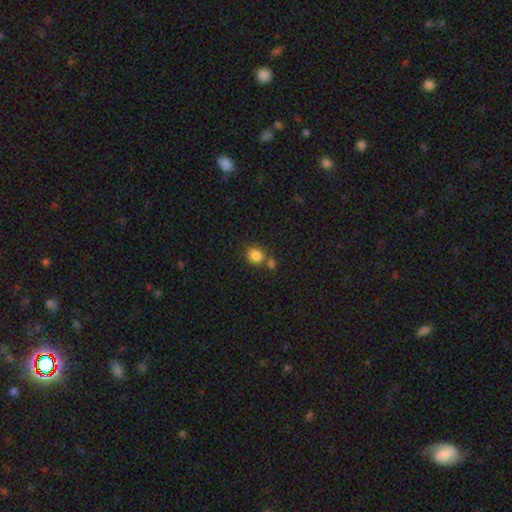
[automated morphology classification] Smooth or featured: smooth — 85% (star or artifact — 10%)
How rounded: round — 77% (in between — 22%)
Merging: none — 63% (merger — 23%)